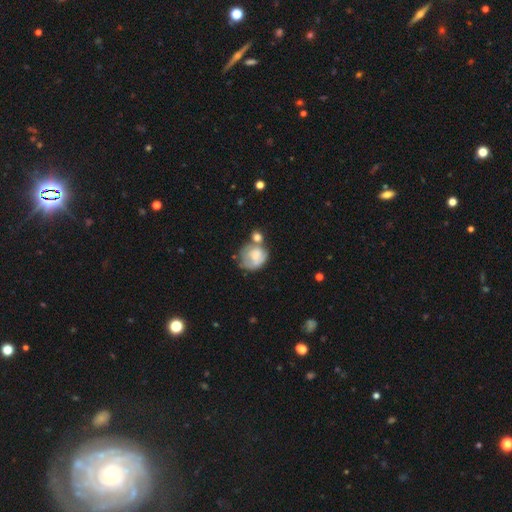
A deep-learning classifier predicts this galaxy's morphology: A smooth galaxy with no disk features (58%) that is round (67%). Merging: none (30%, tied with merger).